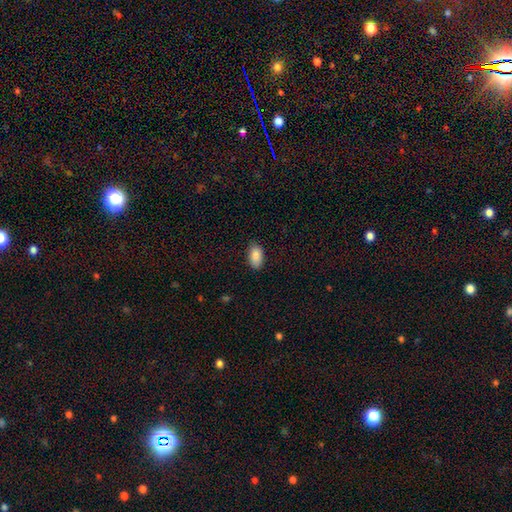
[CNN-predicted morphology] A smooth galaxy with no disk features (87%) that is in between round and cigar-shaped (93%). Merging: none (85%).